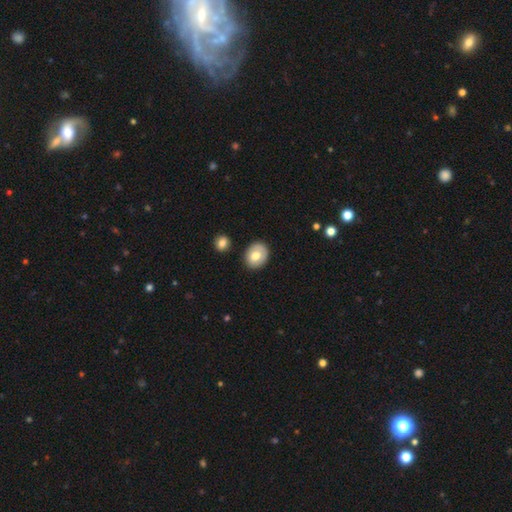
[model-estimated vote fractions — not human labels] smooth-or-featured: smooth: 71% | featured or disk: 22% | star or artifact: 7%
  how-rounded: round: 57% | in between: 42% | cigar-shaped: 1%
  merging: none: 84% | minor disturbance: 10% | merger: 3% | major disturbance: 2%